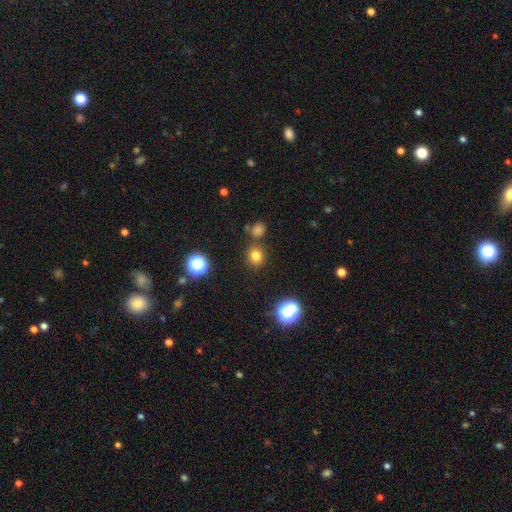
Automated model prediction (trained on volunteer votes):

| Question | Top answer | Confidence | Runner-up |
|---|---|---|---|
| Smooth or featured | smooth | 76% | star or artifact (18%) |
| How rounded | round | 83% | in between (16%) |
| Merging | none | 80% | merger (9%) |